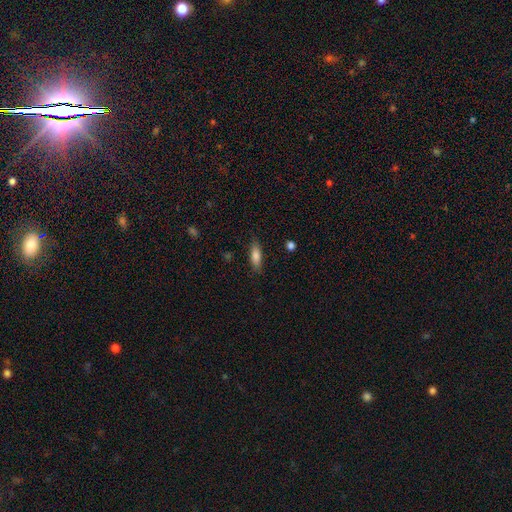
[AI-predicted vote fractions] Smooth or featured? Predicted: smooth (p=0.80). How rounded? Predicted: in between (p=0.54). Merging? Predicted: none (p=0.84).